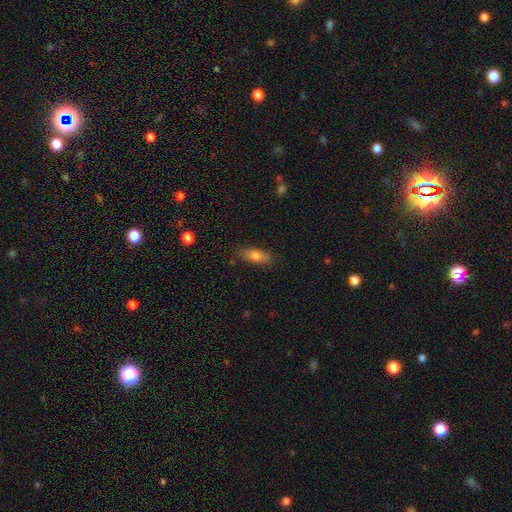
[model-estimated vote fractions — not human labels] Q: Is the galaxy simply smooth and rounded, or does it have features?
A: smooth — 73%.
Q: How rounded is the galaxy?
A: in between — 63%.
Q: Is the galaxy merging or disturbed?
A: none — 82%.